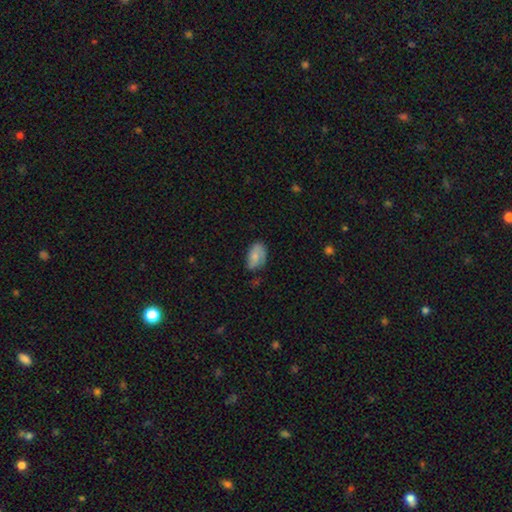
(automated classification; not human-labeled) Overall: smooth (60%; featured or disk 33%). How rounded: in between (90%). Merging: none (51%; minor disturbance 34%).